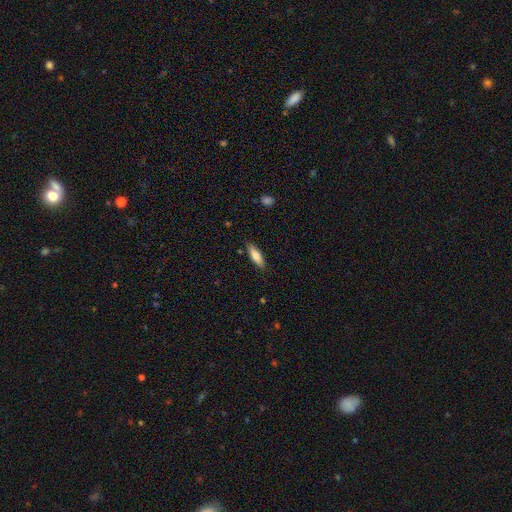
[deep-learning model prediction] Overall: smooth (78%). How rounded: in between (54%; cigar-shaped 44%). Merging: none (85%).